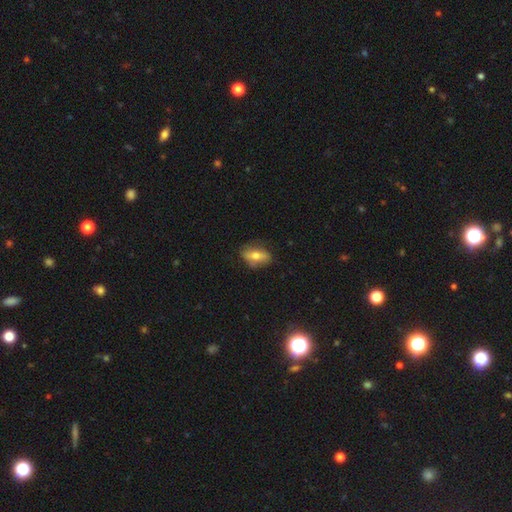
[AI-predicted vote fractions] This appears to be a smooth galaxy with no disk features (59%) that is in between round and cigar-shaped (80%). Merging: none (76%).